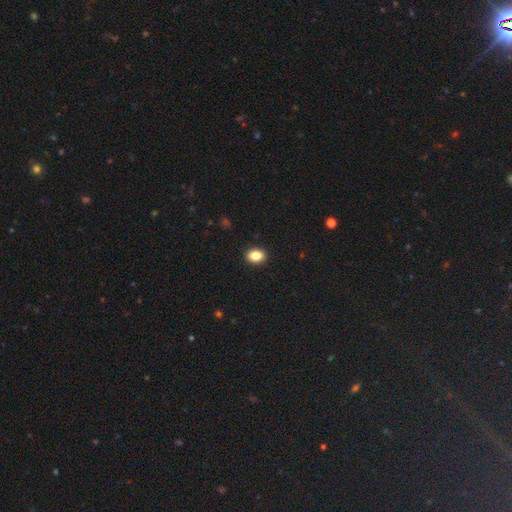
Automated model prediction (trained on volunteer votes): Smooth or featured: smooth — 86% (star or artifact — 9%)
How rounded: in between — 73% (round — 26%)
Merging: none — 91% (minor disturbance — 6%)